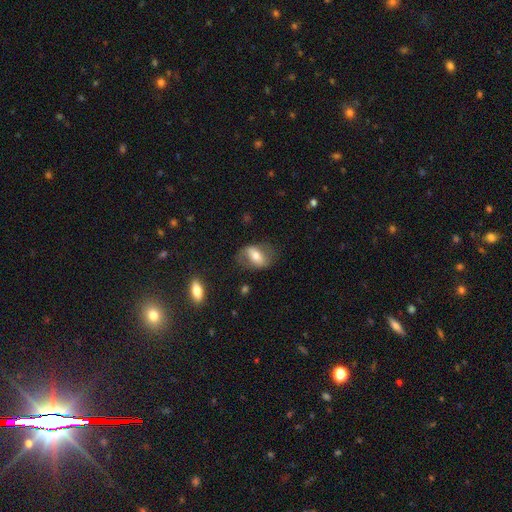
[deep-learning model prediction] Smooth or featured? Predicted: smooth (p=0.49). Merging? Predicted: none (p=0.64).